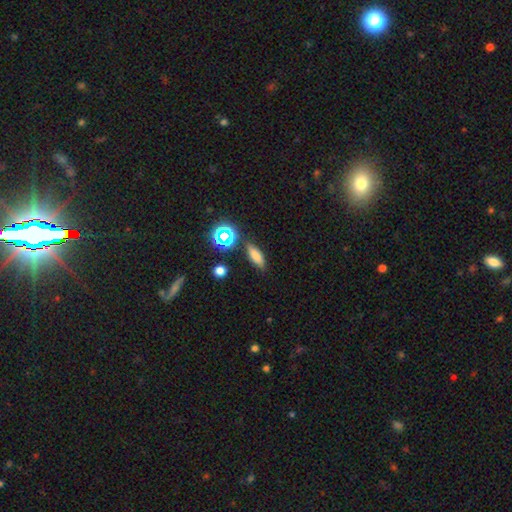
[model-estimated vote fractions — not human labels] The model was most divided on "how rounded": in between: 57%, cigar-shaped: 34%, round: 9%. More confident: merging — none (82%); smooth or featured — smooth (70%).